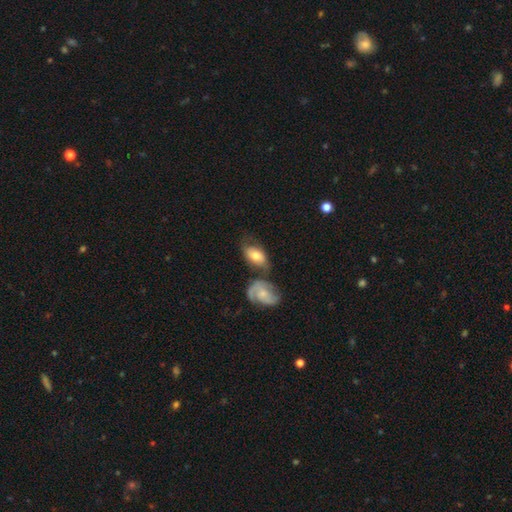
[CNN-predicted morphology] smooth 61%, featured or disk 33%, star or artifact 6%. Down the decision tree: how rounded — in between (88%); merging — none (42%).